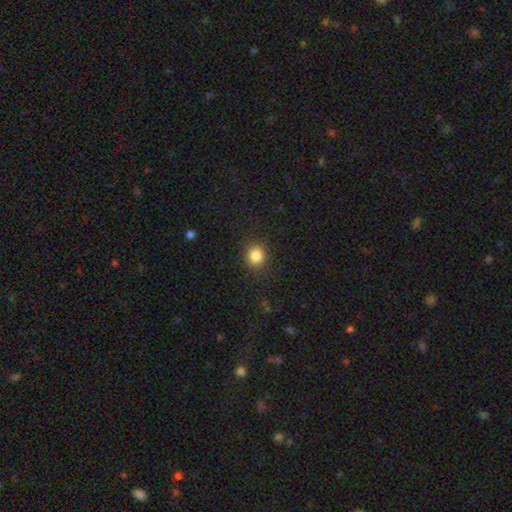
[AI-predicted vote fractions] Smooth or featured?
  - smooth: 85% *
  - star or artifact: 11%
  - featured or disk: 4%
How rounded?
  - round: 80% *
  - in between: 20%
  - cigar-shaped: 1%
Merging?
  - none: 86% *
  - minor disturbance: 9%
  - major disturbance: 3%
  - merger: 1%